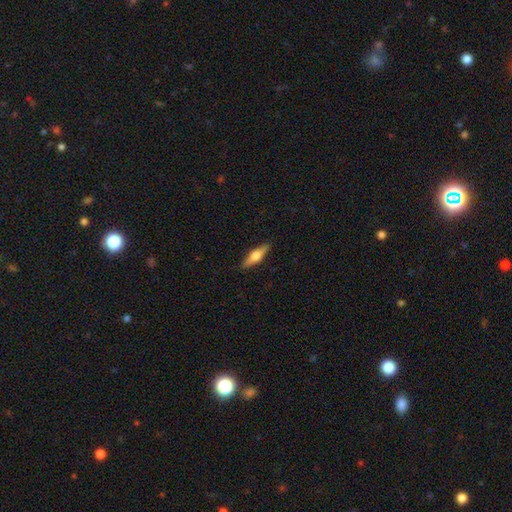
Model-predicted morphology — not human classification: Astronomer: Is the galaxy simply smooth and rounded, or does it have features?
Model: featured or disk — 53% (runner-up: smooth, 41%).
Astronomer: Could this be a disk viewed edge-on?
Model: yes — 95%.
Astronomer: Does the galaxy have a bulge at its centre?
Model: rounded — 93%.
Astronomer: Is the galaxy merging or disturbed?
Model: none — 89%.